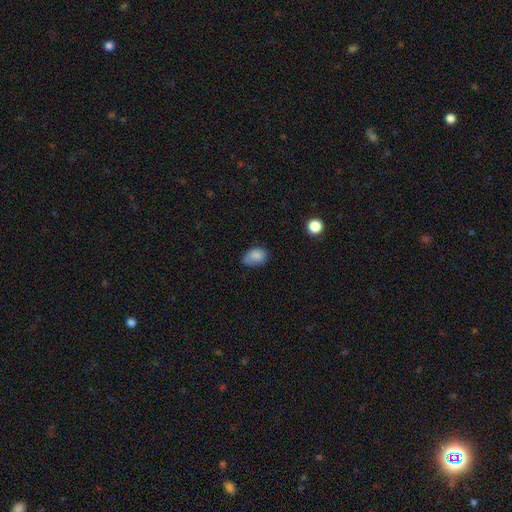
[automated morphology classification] The model was most divided on "merging": none: 46%, minor disturbance: 39%, major disturbance: 11%, merger: 4%. More confident: smooth or featured — smooth (83%); how rounded — in between (77%).